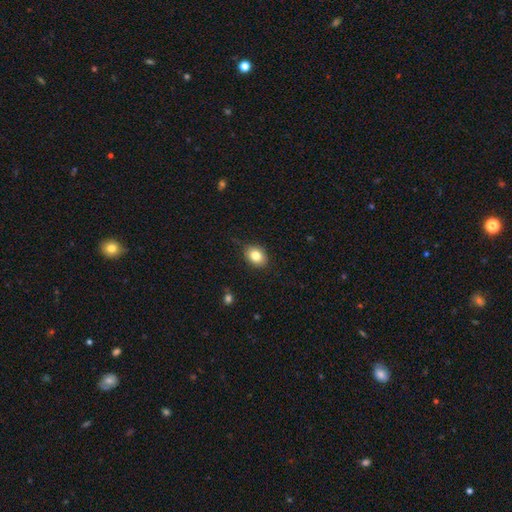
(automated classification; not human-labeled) A smooth galaxy with no disk features (81%) that is in between round and cigar-shaped (61%).

Vote fractions:
- Smooth or featured? smooth: 81% / featured or disk: 10% / star or artifact: 9%
- How rounded? in between: 61% / round: 38% / cigar-shaped: 1%
- Merging? none: 82% / minor disturbance: 15% / major disturbance: 3% / merger: 1%